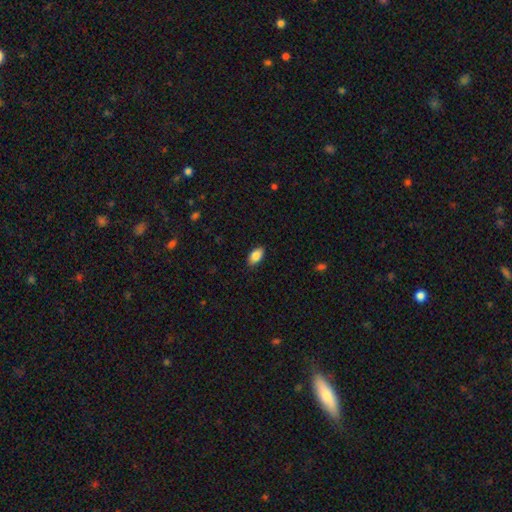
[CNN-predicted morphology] Smooth or featured?
  - smooth: 87% *
  - star or artifact: 7%
  - featured or disk: 6%
How rounded?
  - in between: 93% *
  - round: 4%
  - cigar-shaped: 2%
Merging?
  - none: 87% *
  - minor disturbance: 10%
  - major disturbance: 2%
  - merger: 1%